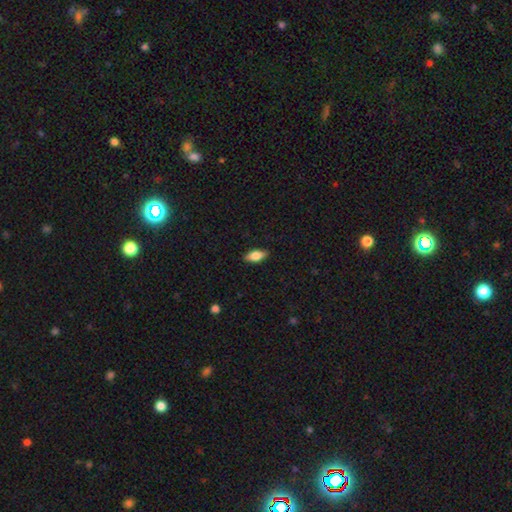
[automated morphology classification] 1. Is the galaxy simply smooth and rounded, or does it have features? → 72% smooth, 21% featured or disk, 7% star or artifact.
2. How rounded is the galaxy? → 81% in between, 16% cigar-shaped, 3% round.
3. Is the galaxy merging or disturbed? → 88% none, 10% minor disturbance, 2% major disturbance, 1% merger.